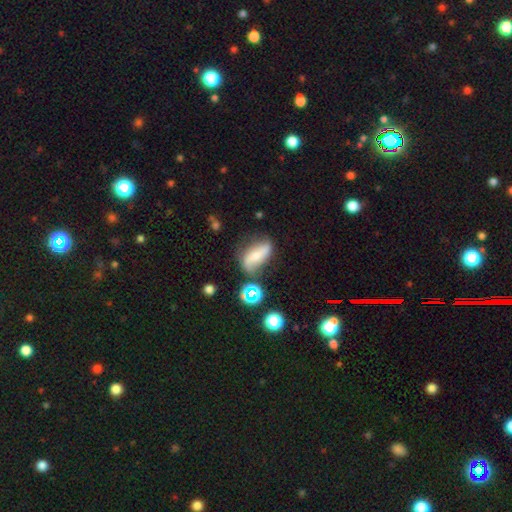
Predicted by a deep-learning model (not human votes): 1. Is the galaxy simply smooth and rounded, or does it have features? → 48% featured or disk, 40% smooth, 12% star or artifact.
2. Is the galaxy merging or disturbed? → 55% none, 26% minor disturbance, 12% major disturbance, 8% merger.